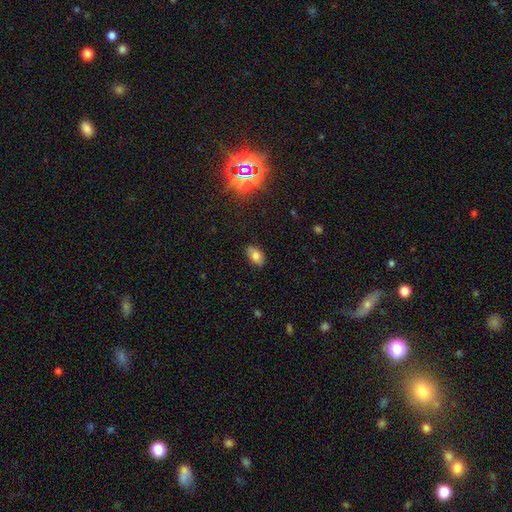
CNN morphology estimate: A smooth galaxy with no disk features (77%) that is in between round and cigar-shaped (91%).

Vote fractions:
- Smooth or featured? smooth: 77% / featured or disk: 12% / star or artifact: 11%
- How rounded? in between: 91% / round: 7% / cigar-shaped: 2%
- Merging? none: 83% / minor disturbance: 14% / major disturbance: 3% / merger: 1%